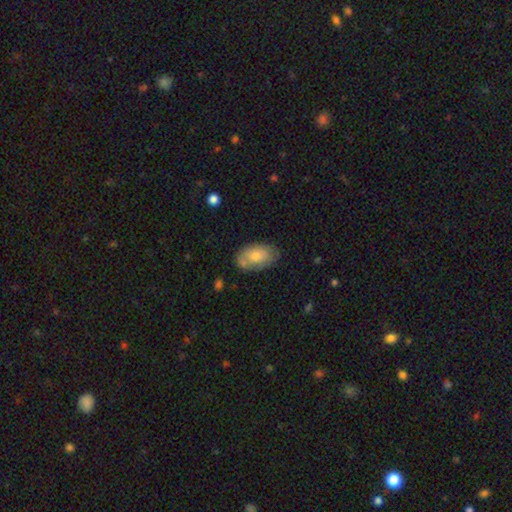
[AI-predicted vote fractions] Morphology: type=smooth (71%); roundness=in between (92%); merging=none (70%).